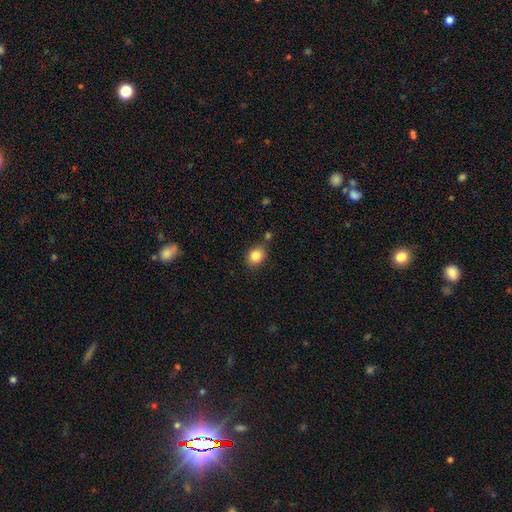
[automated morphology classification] Q: Smooth or featured?
A: smooth (85%); runner-up: star or artifact (9%)
Q: How rounded?
A: round (57%); runner-up: in between (42%)
Q: Merging?
A: none (76%); runner-up: minor disturbance (13%)